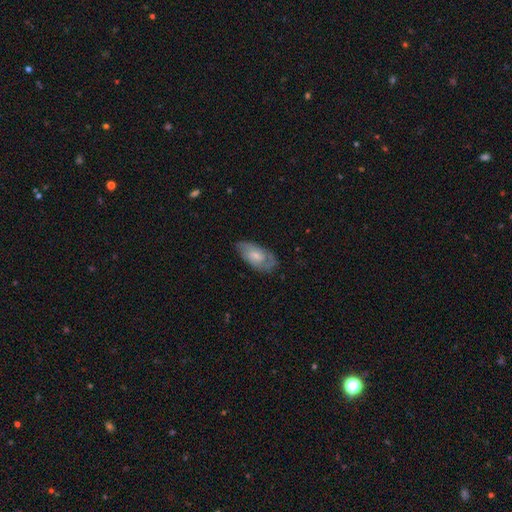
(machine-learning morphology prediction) This is possibly a featured or disk galaxy (55%). It is clearly not viewed edge-on (93%). Bar: possibly no (57%). Spiral arm pattern: clearly yes (82%). Central bulge: possibly small (52%). Merging: likely none (71%).